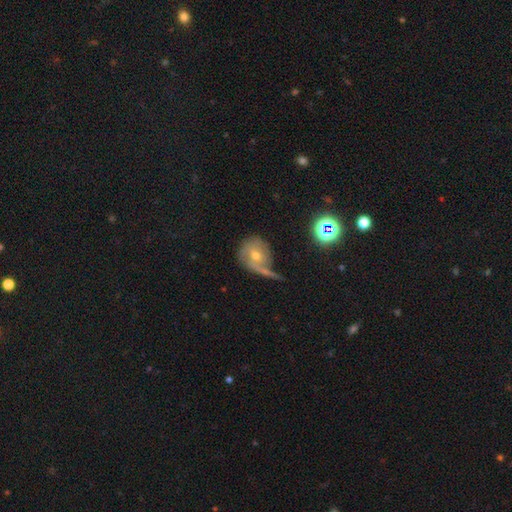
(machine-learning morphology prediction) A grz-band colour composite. It shows a featured or disk galaxy (52%). Merging: none (37%).